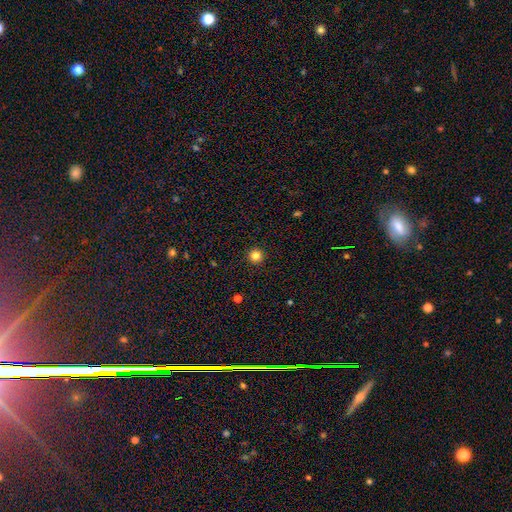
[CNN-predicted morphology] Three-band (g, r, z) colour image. It shows a smooth galaxy with no disk features (83%) that is round (96%). Merging: none (93%).